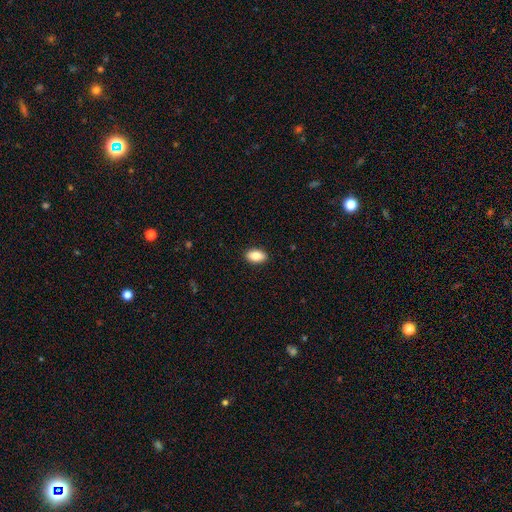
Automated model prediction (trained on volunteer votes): A smooth galaxy with no disk features (86%) that is in between round and cigar-shaped (92%). Merging: none (90%).